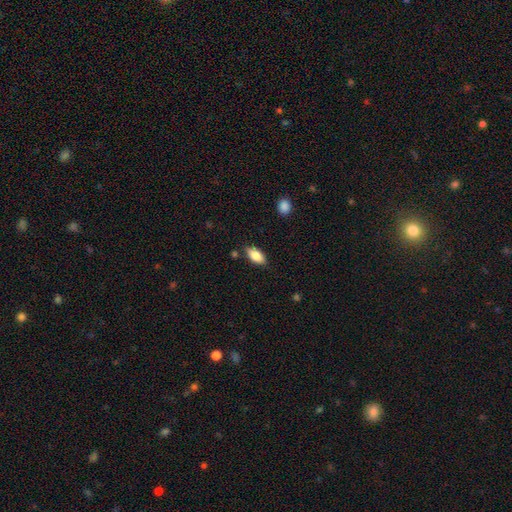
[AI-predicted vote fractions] smooth-or-featured: smooth: 83% | featured or disk: 10% | star or artifact: 7%
  how-rounded: in between: 90% | cigar-shaped: 8% | round: 3%
  merging: none: 82% | minor disturbance: 13% | major disturbance: 3% | merger: 2%